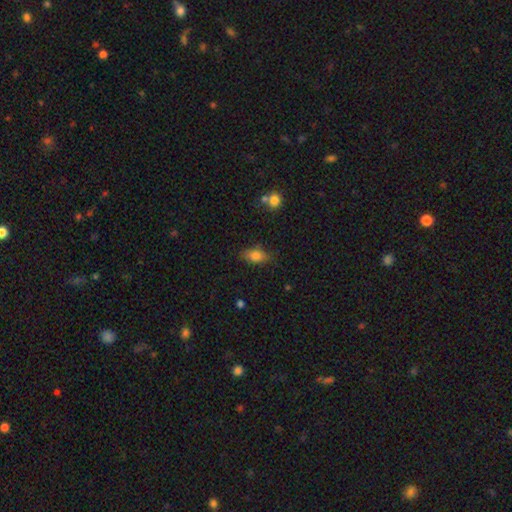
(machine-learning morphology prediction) A smooth galaxy with no disk features (78%) that is in between round and cigar-shaped (85%). Merging: none (76%).